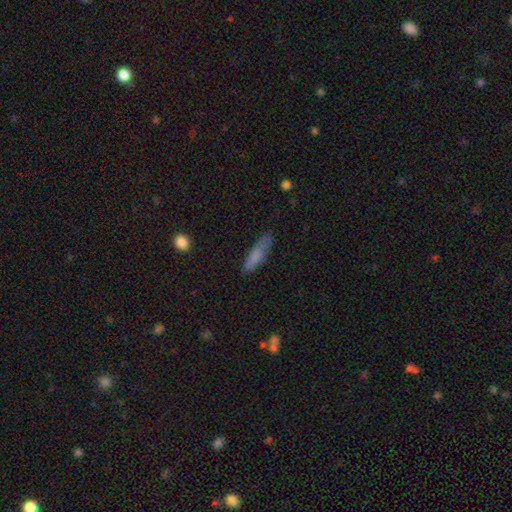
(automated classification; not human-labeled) Overall: smooth (77%). How rounded: cigar-shaped (77%). Merging: none (74%).